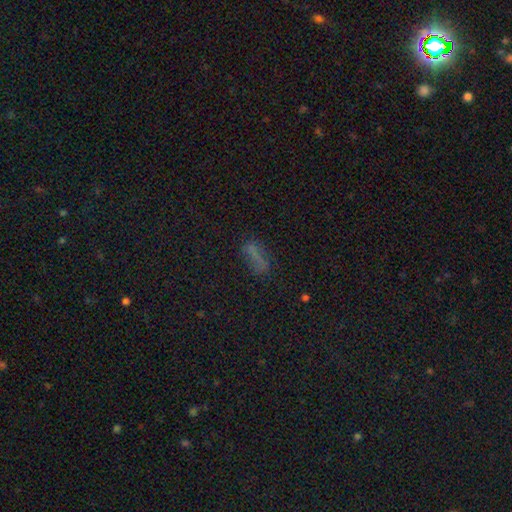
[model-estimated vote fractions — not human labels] Smooth or featured? Predicted: smooth (p=0.57). How rounded? Predicted: in between (p=0.56). Merging? Predicted: none (p=0.61).